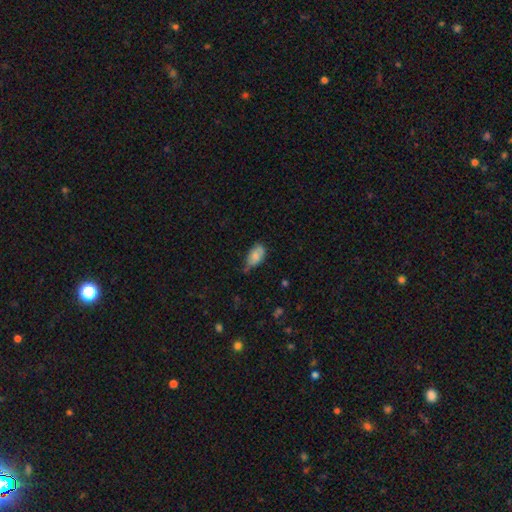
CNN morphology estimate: A smooth galaxy with no disk features (76%) that is in between round and cigar-shaped (91%). Merging: minor disturbance (44%).